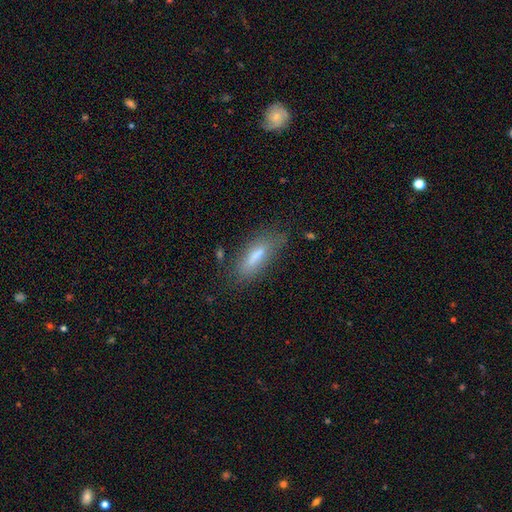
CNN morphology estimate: type=smooth (71%); roundness=in between (52%); merging=none (71%).